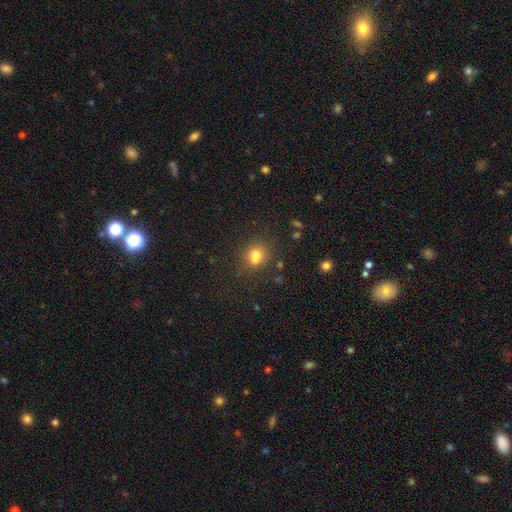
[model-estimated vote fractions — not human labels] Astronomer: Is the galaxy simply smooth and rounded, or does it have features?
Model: smooth — 75%.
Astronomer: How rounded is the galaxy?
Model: round — 66%.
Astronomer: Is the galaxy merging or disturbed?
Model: none — 60%.